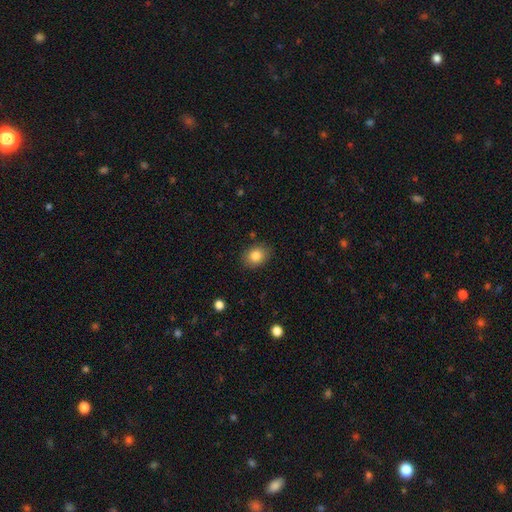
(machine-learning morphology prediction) Smooth or featured?
  - smooth: 84% *
  - star or artifact: 9%
  - featured or disk: 7%
How rounded?
  - in between: 52% *
  - round: 47%
  - cigar-shaped: 1%
Merging?
  - none: 85% *
  - minor disturbance: 12%
  - major disturbance: 3%
  - merger: 1%